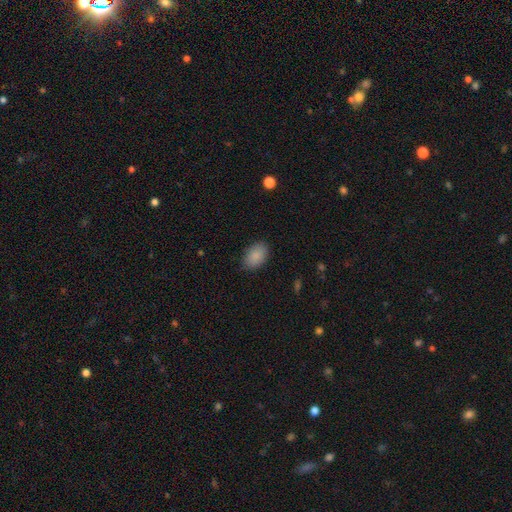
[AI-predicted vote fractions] smooth_or_featured: smooth (p=0.88) [alt: star or artifact p=0.07]
how_rounded: in between (p=0.89) [alt: round p=0.09]
merging: none (p=0.85) [alt: minor disturbance p=0.11]